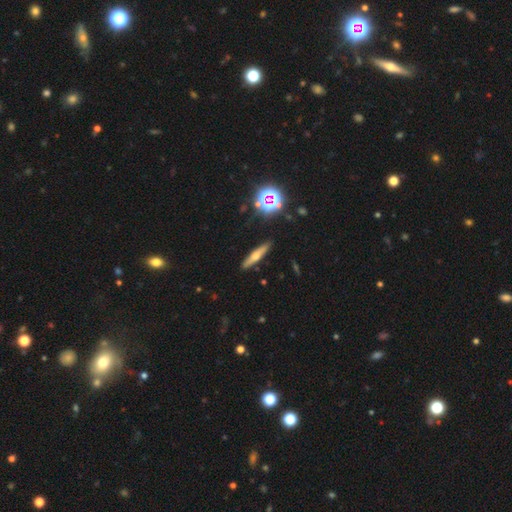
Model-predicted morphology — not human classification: A featured or disk galaxy (50%) viewed edge-on (92%).

Vote fractions:
- Smooth or featured? featured or disk: 50% / smooth: 38% / star or artifact: 12%
- Edge-on disk? yes: 92% / no: 8%
- Merging? none: 89% / minor disturbance: 7% / major disturbance: 2% / merger: 2%